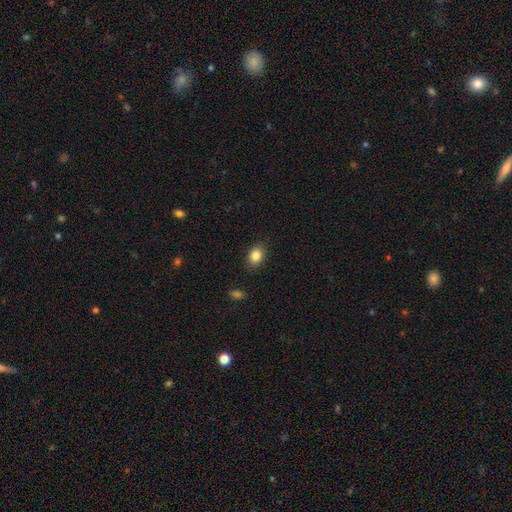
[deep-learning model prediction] The model was most divided on "how rounded": in between: 61%, round: 38%, cigar-shaped: 1%. More confident: merging — none (86%); smooth or featured — smooth (84%).